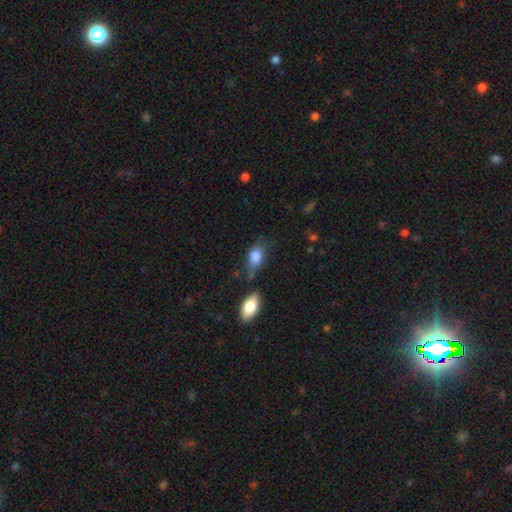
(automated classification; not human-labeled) Smooth or featured? smooth (83%)
How rounded? in between (85%)
Merging? none (49%)